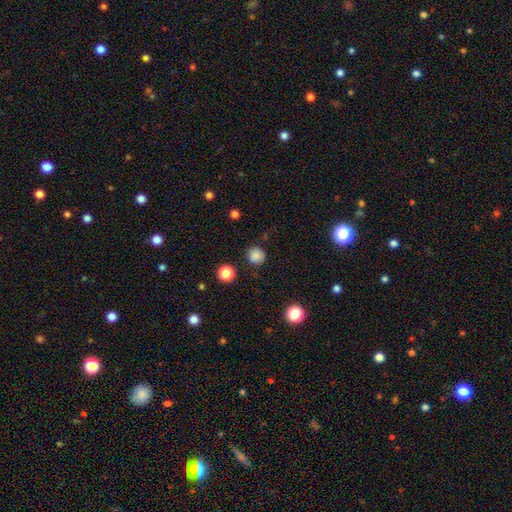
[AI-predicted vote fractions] Morphology: type=smooth (84%); roundness=round (92%); merging=none (85%).